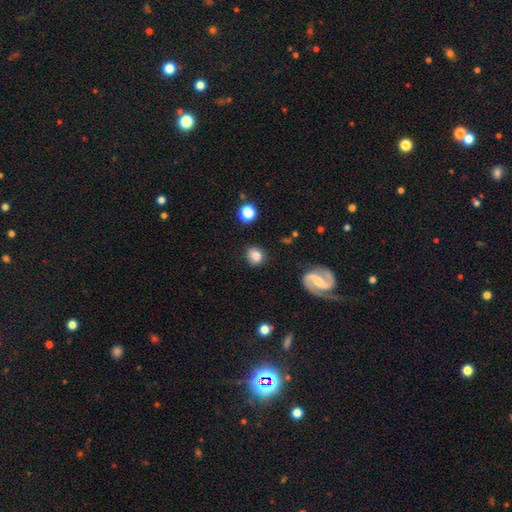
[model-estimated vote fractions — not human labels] Q: Smooth or featured?
A: smooth (78%); runner-up: featured or disk (12%)
Q: How rounded?
A: round (72%); runner-up: in between (27%)
Q: Merging?
A: none (80%); runner-up: minor disturbance (13%)